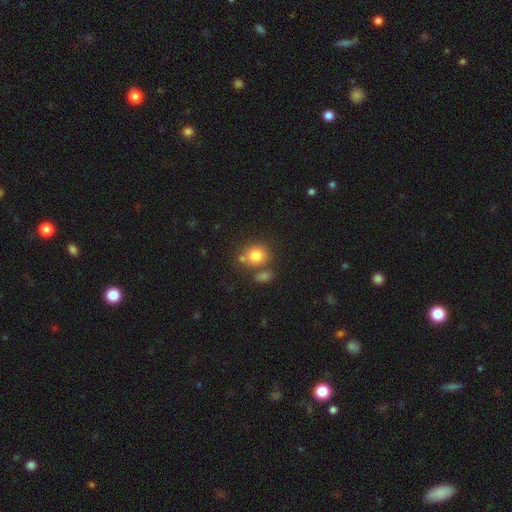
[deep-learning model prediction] This appears to be a smooth galaxy with no disk features (81%) that is round (73%). Merging: none (61%).